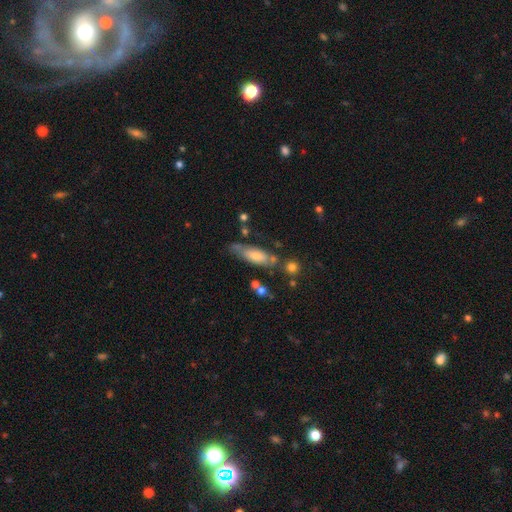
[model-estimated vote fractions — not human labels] A smooth galaxy with no disk features (54%) that is in between round and cigar-shaped (58%). Merging: none (57%).